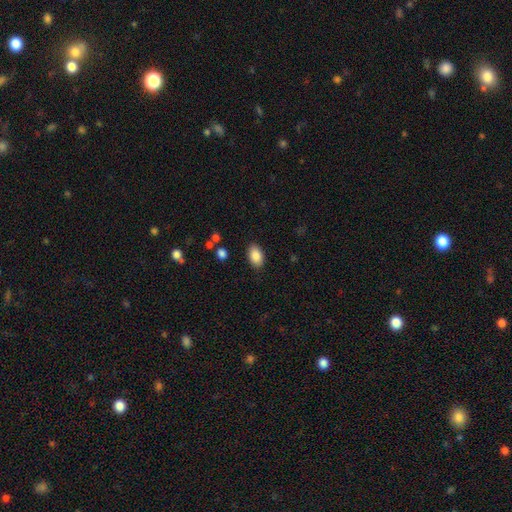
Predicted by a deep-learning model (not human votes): Smooth or featured? Predicted: smooth (p=0.87). How rounded? Predicted: in between (p=0.92). Merging? Predicted: none (p=0.87).